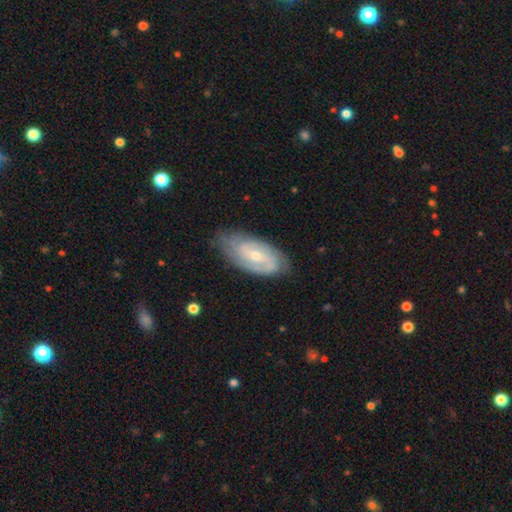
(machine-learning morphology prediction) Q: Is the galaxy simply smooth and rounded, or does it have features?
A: featured or disk — 80%.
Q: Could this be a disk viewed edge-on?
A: no — 94%.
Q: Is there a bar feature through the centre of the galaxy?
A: no — 44%.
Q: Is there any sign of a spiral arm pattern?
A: yes — 94%.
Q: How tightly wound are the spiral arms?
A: tight — 54%.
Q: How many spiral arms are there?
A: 2 — 51%.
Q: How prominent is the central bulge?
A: small — 63%.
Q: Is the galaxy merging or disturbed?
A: none — 75%.